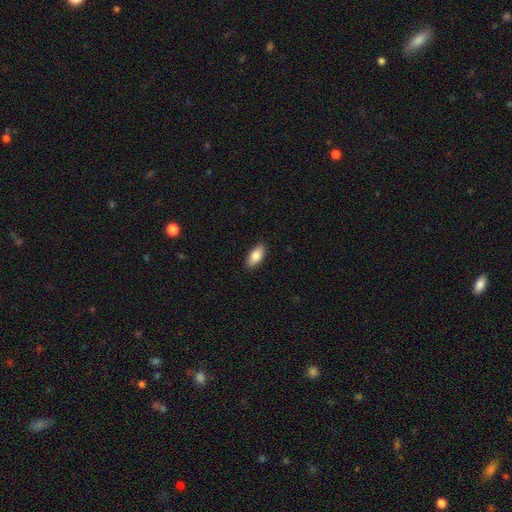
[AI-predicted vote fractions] The model was most divided on "smooth or featured": smooth: 85%, featured or disk: 9%, star or artifact: 6%. More confident: how rounded — in between (90%); merging — none (89%).